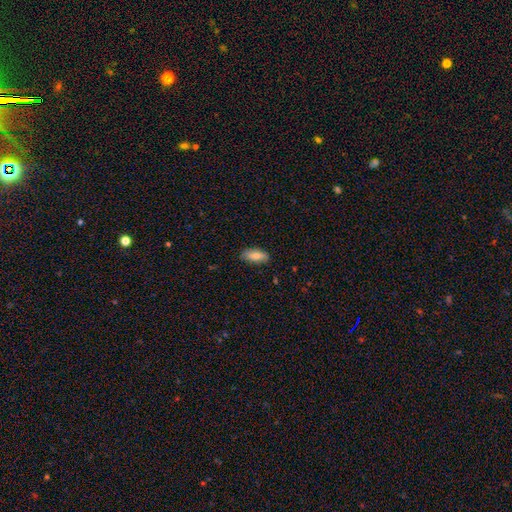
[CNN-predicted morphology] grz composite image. It shows a smooth galaxy with no disk features (80%) that is in between round and cigar-shaped (77%). Merging: none (83%).